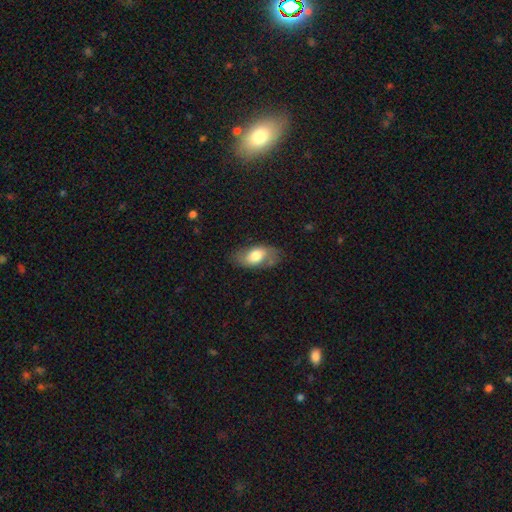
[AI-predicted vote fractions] The model was most divided on "smooth or featured": smooth: 66%, featured or disk: 27%, star or artifact: 7%. More confident: how rounded — in between (91%); merging — none (66%).